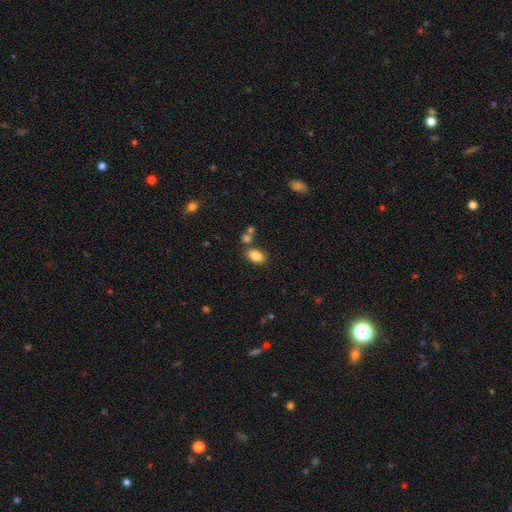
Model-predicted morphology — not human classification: The model was most divided on "merging": none: 72%, merger: 13%, minor disturbance: 12%, major disturbance: 4%. More confident: how rounded — in between (90%); smooth or featured — smooth (86%).